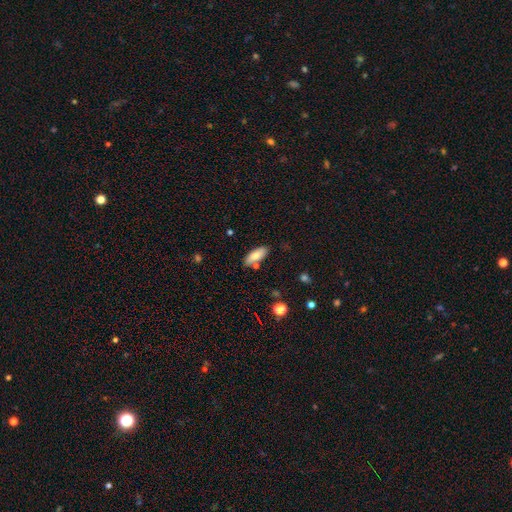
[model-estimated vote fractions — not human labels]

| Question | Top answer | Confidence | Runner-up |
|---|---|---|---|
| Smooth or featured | smooth | 78% | featured or disk (15%) |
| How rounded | in between | 74% | cigar-shaped (24%) |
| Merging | none | 78% | minor disturbance (13%) |